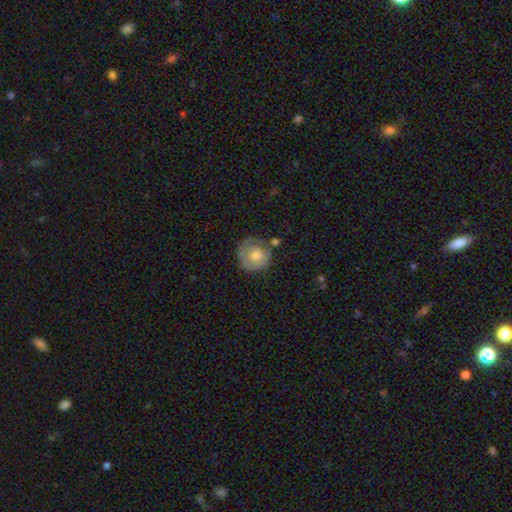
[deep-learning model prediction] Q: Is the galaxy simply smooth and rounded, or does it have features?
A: featured or disk — 47%.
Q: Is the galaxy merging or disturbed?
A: none — 61%.